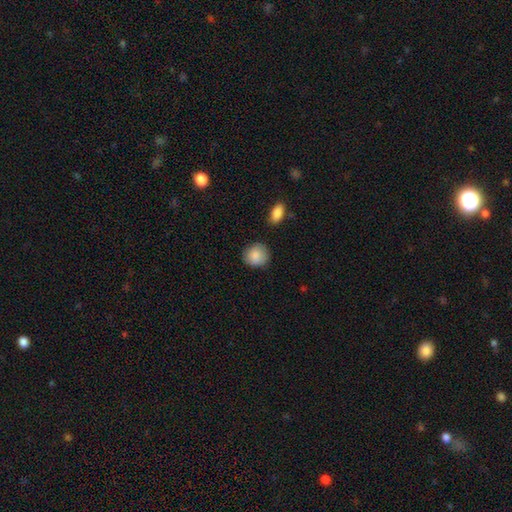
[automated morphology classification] A smooth galaxy with no disk features (88%) that is round (82%).

Vote fractions:
- Smooth or featured? smooth: 88% / star or artifact: 7% / featured or disk: 6%
- How rounded? round: 82% / in between: 17% / cigar-shaped: 1%
- Merging? none: 82% / minor disturbance: 13% / major disturbance: 3% / merger: 2%